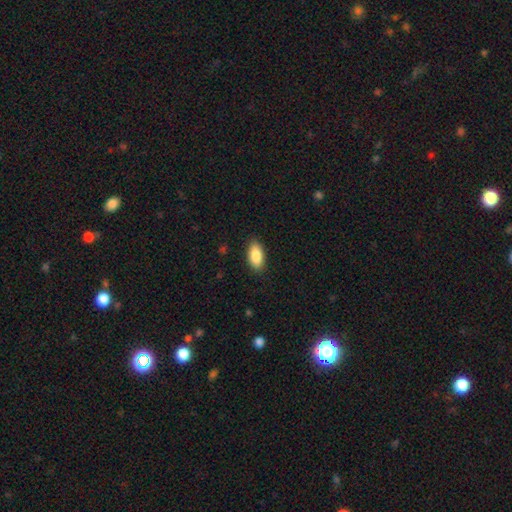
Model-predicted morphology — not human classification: smooth-or-featured: smooth: 88% | star or artifact: 6% | featured or disk: 5%
  how-rounded: in between: 92% | cigar-shaped: 6% | round: 3%
  merging: none: 88% | minor disturbance: 9% | major disturbance: 2% | merger: 1%